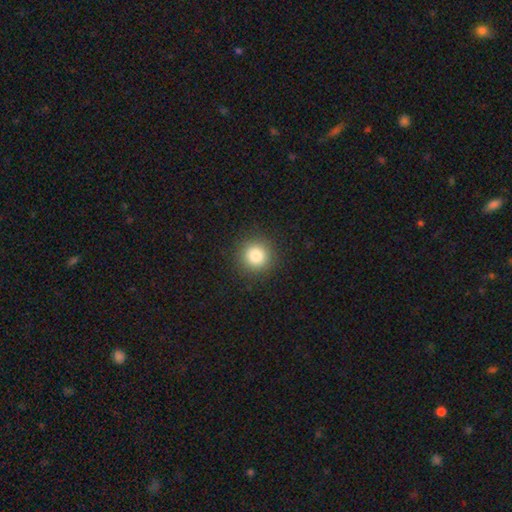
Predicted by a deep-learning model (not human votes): smooth-or-featured: smooth: 83% | star or artifact: 11% | featured or disk: 6%
  how-rounded: round: 94% | in between: 5% | cigar-shaped: 1%
  merging: none: 92% | minor disturbance: 5% | major disturbance: 2% | merger: 1%